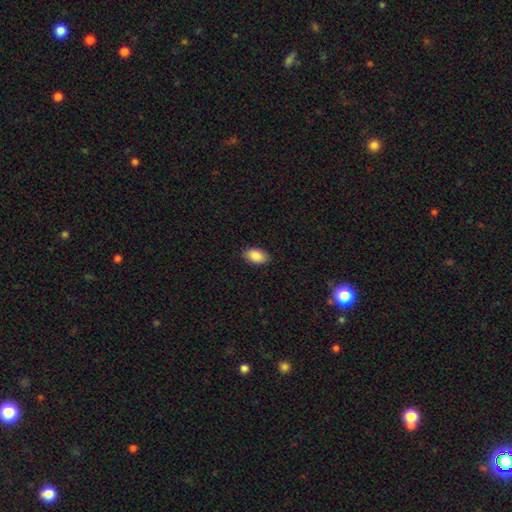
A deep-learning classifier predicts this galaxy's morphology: This is clearly a smooth galaxy (88%). How rounded: clearly in between (93%). Merging: clearly none (88%).